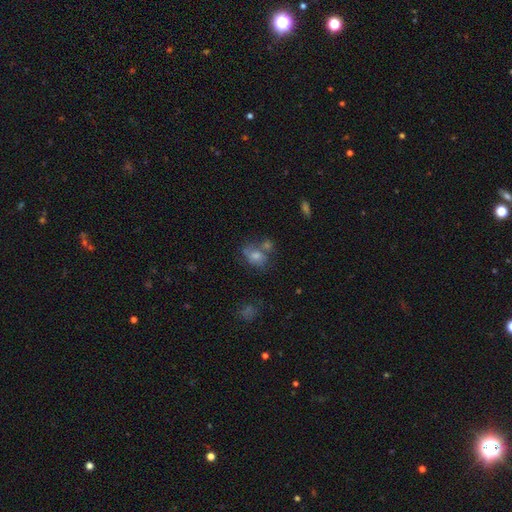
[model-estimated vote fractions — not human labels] Smooth or featured?
  - smooth: 67% *
  - featured or disk: 21%
  - star or artifact: 12%
How rounded?
  - in between: 69% *
  - round: 29%
  - cigar-shaped: 2%
Merging?
  - none: 37% *
  - merger: 31%
  - minor disturbance: 19%
  - major disturbance: 13%